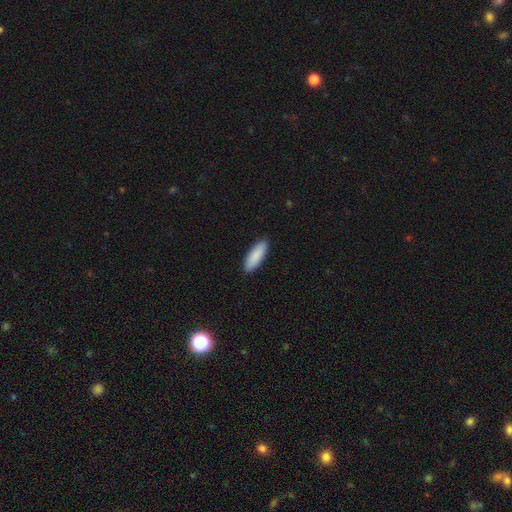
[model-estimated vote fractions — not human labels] Smooth or featured: smooth — 90% (star or artifact — 5%)
How rounded: in between — 59% (cigar-shaped — 39%)
Merging: none — 91% (minor disturbance — 7%)